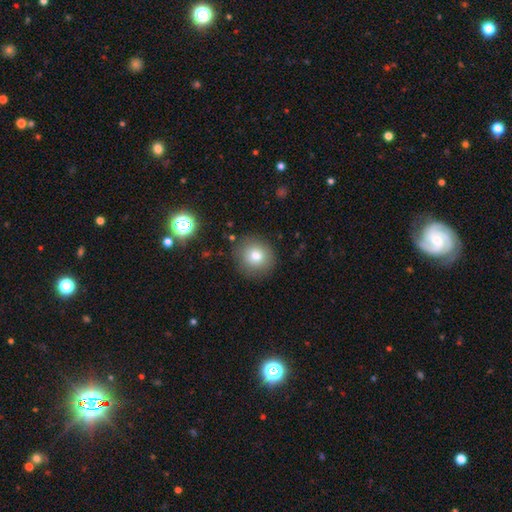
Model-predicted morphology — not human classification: smooth 78%, star or artifact 11%, featured or disk 11%. Down the decision tree: how rounded — round (88%); merging — none (86%).